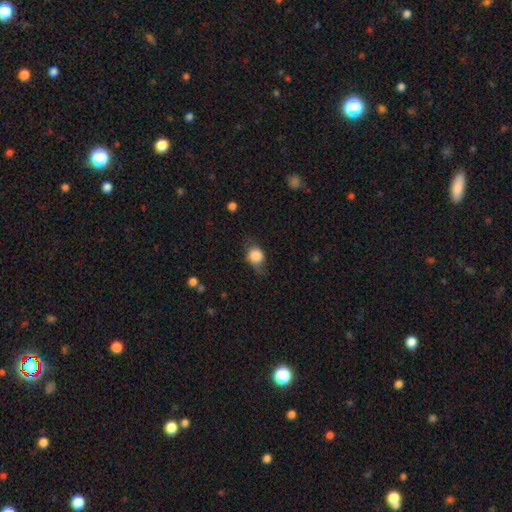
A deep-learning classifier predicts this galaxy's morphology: This is likely a smooth galaxy (78%). How rounded: likely round (61%). Merging: possibly none (57%).